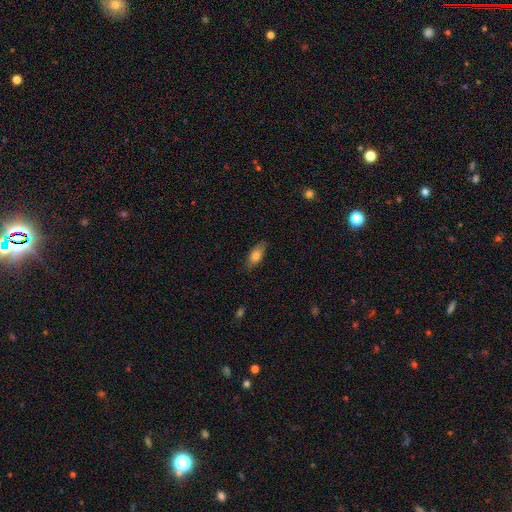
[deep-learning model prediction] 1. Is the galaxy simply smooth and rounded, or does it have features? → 77% smooth, 16% featured or disk, 7% star or artifact.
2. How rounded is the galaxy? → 82% in between, 14% cigar-shaped, 4% round.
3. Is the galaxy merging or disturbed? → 80% none, 16% minor disturbance, 3% major disturbance, 1% merger.